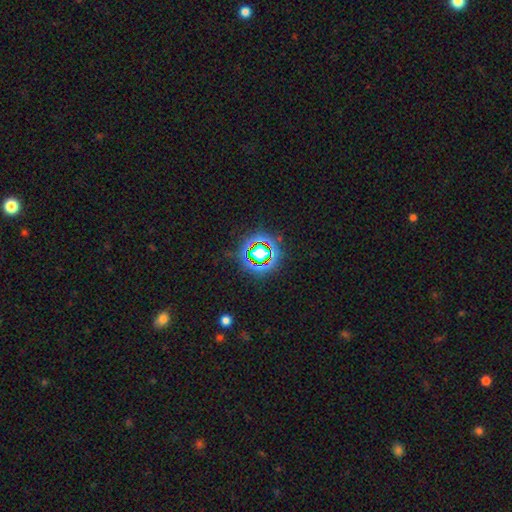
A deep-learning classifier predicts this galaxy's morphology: Smooth or featured? Predicted: star or artifact (p=0.63).